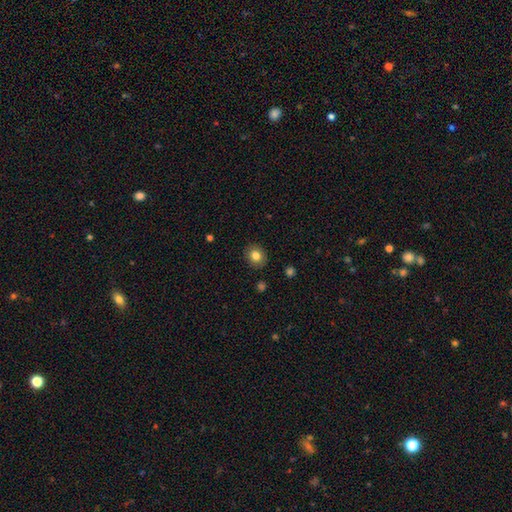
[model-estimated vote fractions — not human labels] Morphology: type=smooth (82%); roundness=round (65%); merging=none (88%).